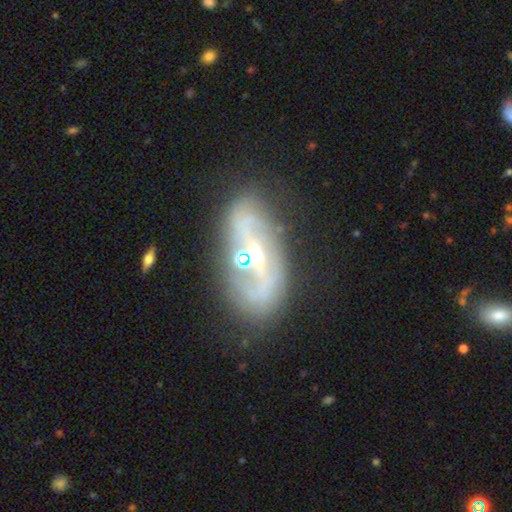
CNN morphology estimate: smooth_or_featured: featured or disk (p=0.79) [alt: smooth p=0.13]
disk_edge_on: no (p=0.90) [alt: yes p=0.10]
bar: no (p=0.40) [alt: weak p=0.32]
has_spiral_arms: yes (p=0.67) [alt: no p=0.33]
bulge_size: small (p=0.48) [alt: moderate p=0.46]
merging: none (p=0.62) [alt: minor disturbance p=0.18]